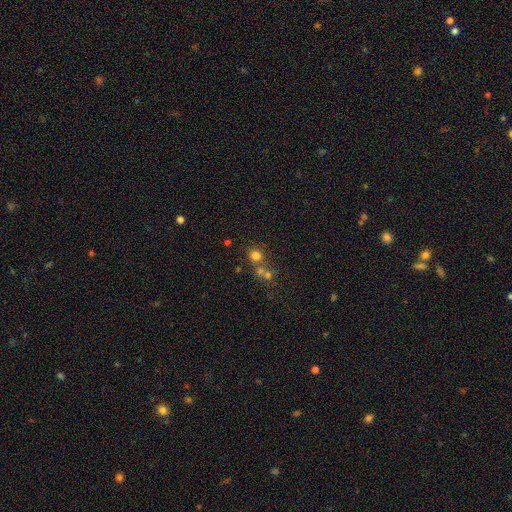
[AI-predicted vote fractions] Smooth or featured?
  - smooth: 70% *
  - star or artifact: 18%
  - featured or disk: 12%
How rounded?
  - round: 87% *
  - in between: 12%
  - cigar-shaped: 1%
Merging?
  - none: 52% *
  - merger: 38%
  - minor disturbance: 6%
  - major disturbance: 4%